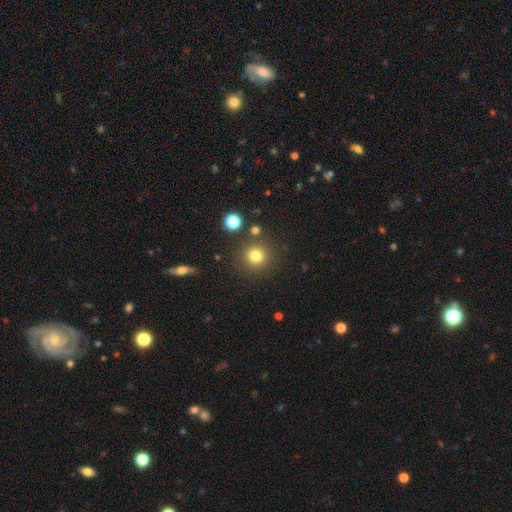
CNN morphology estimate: A smooth galaxy with no disk features (79%) that is round (93%). Merging: none (85%).